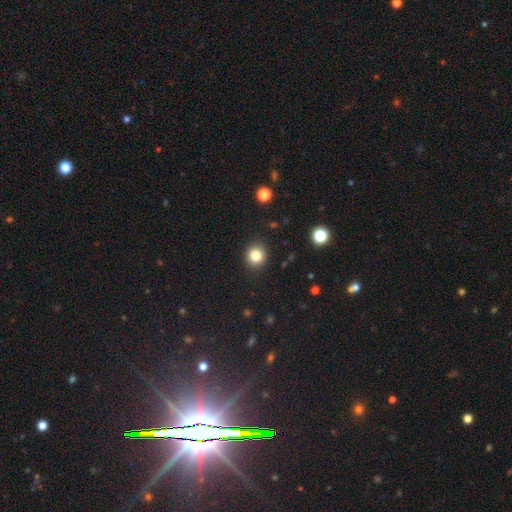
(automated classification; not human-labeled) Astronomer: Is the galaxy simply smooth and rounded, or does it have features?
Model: smooth — 83%.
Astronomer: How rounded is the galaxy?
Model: round — 88%.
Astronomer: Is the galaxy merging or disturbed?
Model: none — 90%.